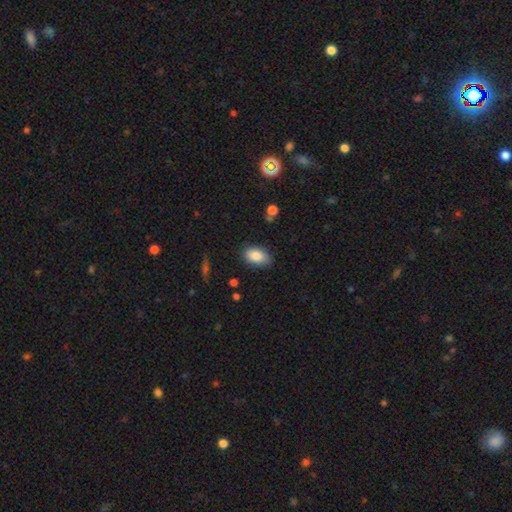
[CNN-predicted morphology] smooth 86%, star or artifact 7%, featured or disk 7%. Down the decision tree: how rounded — in between (92%); merging — none (82%).